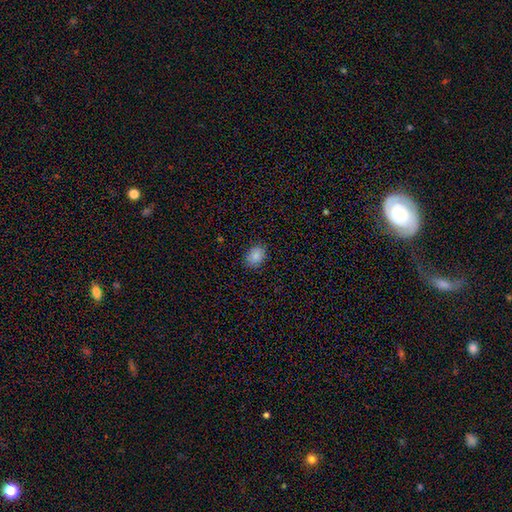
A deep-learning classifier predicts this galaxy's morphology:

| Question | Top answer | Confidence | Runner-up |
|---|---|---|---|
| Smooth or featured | smooth | 86% | star or artifact (9%) |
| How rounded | in between | 68% | round (32%) |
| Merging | none | 85% | minor disturbance (11%) |